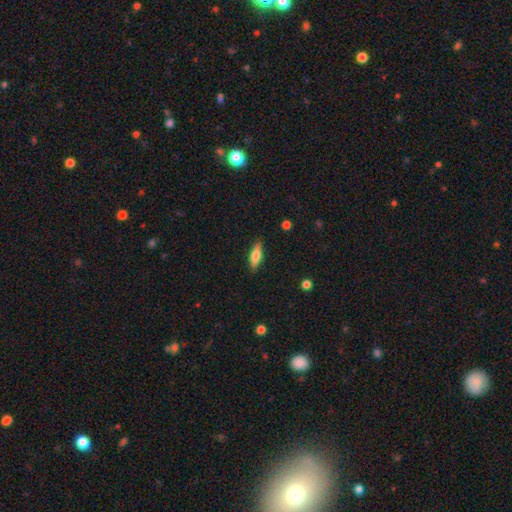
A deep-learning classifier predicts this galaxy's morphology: The model was most divided on "how rounded": cigar-shaped: 49%, in between: 48%, round: 3%. More confident: merging — none (88%); smooth or featured — smooth (62%).